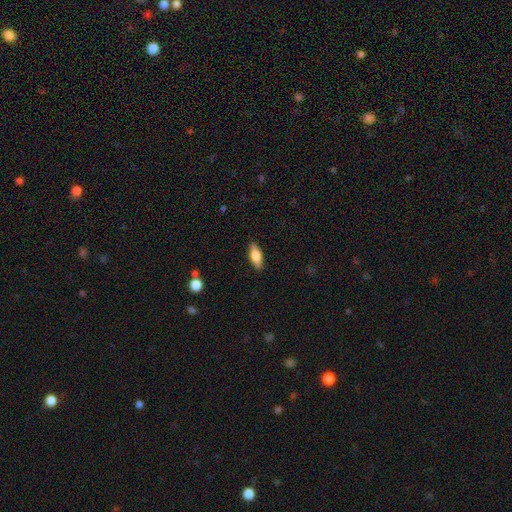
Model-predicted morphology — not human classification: The model was most divided on "how rounded": in between: 68%, cigar-shaped: 29%, round: 3%. More confident: merging — none (88%); smooth or featured — smooth (69%).